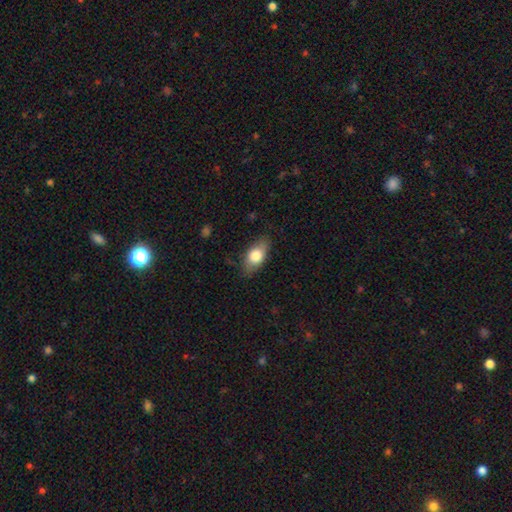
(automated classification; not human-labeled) Smooth or featured? smooth (75%)
How rounded? in between (86%)
Merging? none (80%)